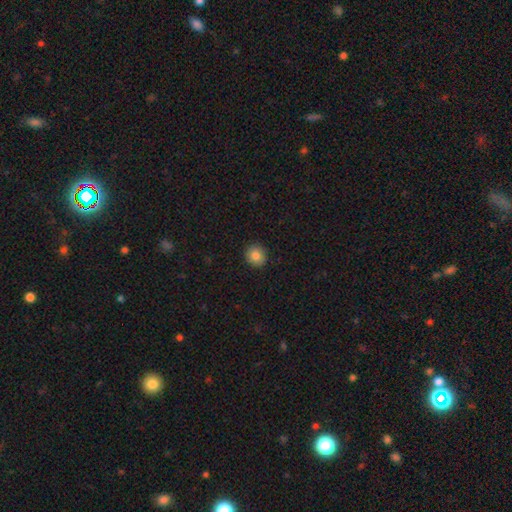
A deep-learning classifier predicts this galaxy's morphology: The model was most divided on "smooth or featured": smooth: 84%, star or artifact: 10%, featured or disk: 6%. More confident: merging — none (92%); how rounded — round (87%).